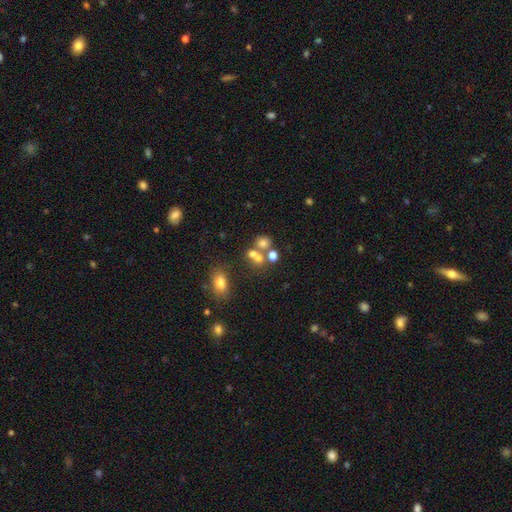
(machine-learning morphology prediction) A smooth galaxy with no disk features (63%) that is round (66%).

Vote fractions:
- Smooth or featured? smooth: 63% / featured or disk: 19% / star or artifact: 18%
- How rounded? round: 66% / in between: 33% / cigar-shaped: 1%
- Merging? merger: 46% / none: 38% / minor disturbance: 9% / major disturbance: 6%